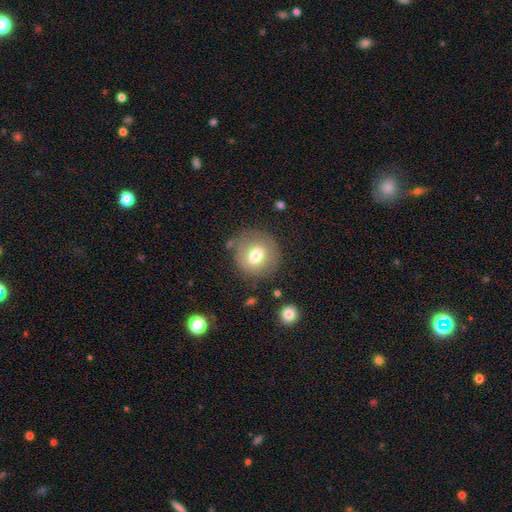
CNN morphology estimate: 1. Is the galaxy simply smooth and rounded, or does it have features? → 66% smooth, 26% featured or disk, 9% star or artifact.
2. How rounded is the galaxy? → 83% round, 16% in between, 1% cigar-shaped.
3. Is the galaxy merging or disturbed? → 78% none, 13% minor disturbance, 6% major disturbance, 4% merger.